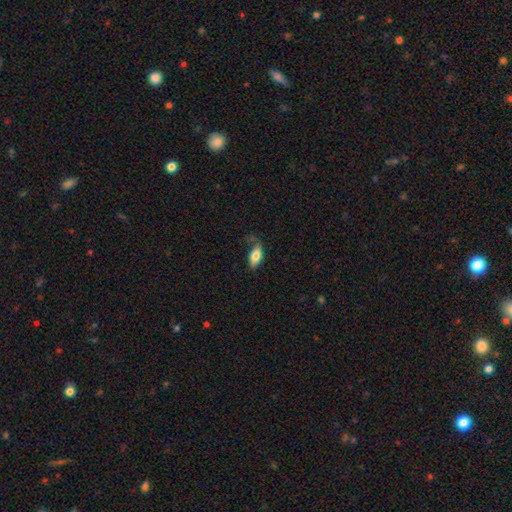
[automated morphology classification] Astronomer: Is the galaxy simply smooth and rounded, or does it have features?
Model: smooth — 78%.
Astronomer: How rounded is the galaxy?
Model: in between — 86%.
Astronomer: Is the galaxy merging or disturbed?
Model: none — 64%.